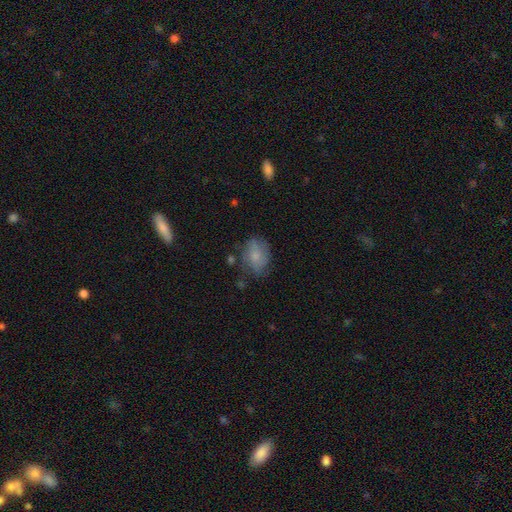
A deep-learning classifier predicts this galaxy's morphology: The model was most divided on "merging": none: 62%, minor disturbance: 25%, major disturbance: 10%, merger: 3%. More confident: how rounded — in between (71%); smooth or featured — smooth (65%).